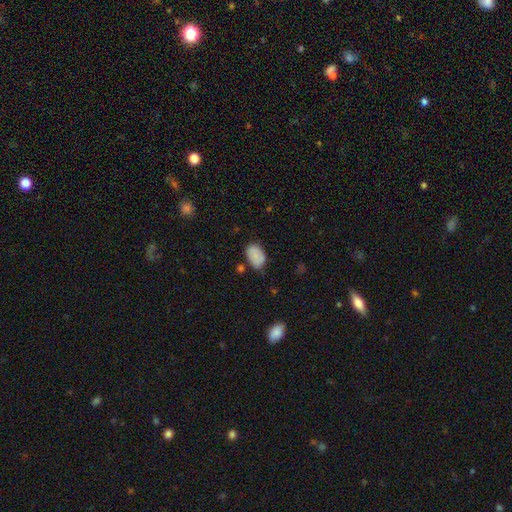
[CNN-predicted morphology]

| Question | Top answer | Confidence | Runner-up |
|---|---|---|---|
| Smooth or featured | smooth | 84% | featured or disk (8%) |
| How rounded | in between | 90% | round (9%) |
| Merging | none | 72% | minor disturbance (21%) |